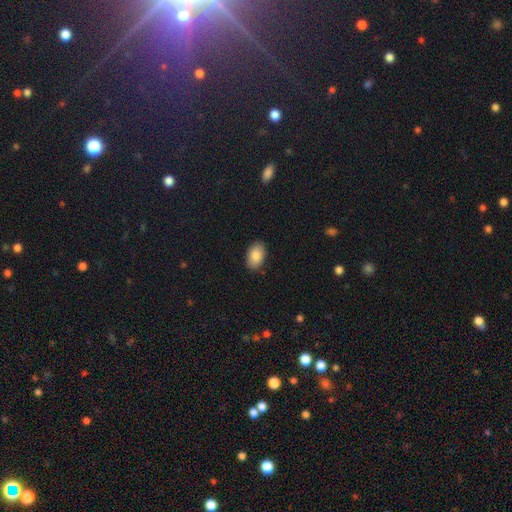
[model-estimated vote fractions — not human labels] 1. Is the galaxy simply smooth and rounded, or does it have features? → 86% smooth, 7% featured or disk, 7% star or artifact.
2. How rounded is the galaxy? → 92% in between, 7% round, 1% cigar-shaped.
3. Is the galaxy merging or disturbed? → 87% none, 10% minor disturbance, 2% major disturbance, 1% merger.